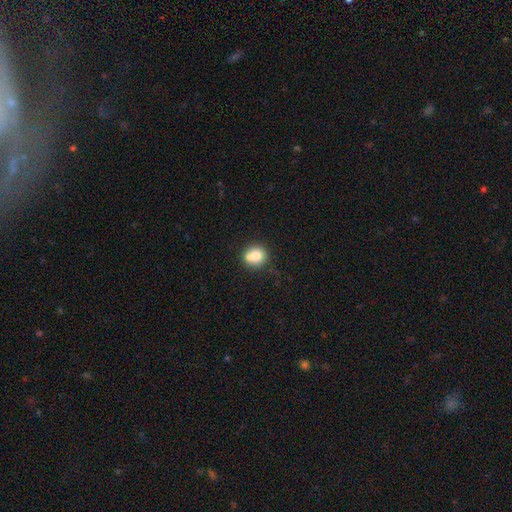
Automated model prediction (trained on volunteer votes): Smooth or featured? Predicted: smooth (p=0.74). How rounded? Predicted: round (p=0.87). Merging? Predicted: none (p=0.53).